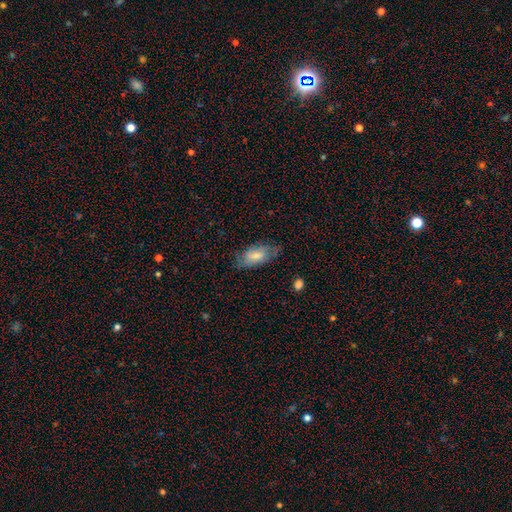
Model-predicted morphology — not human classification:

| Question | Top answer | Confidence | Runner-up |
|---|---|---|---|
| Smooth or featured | smooth | 71% | featured or disk (22%) |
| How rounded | in between | 88% | cigar-shaped (9%) |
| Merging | none | 68% | minor disturbance (24%) |